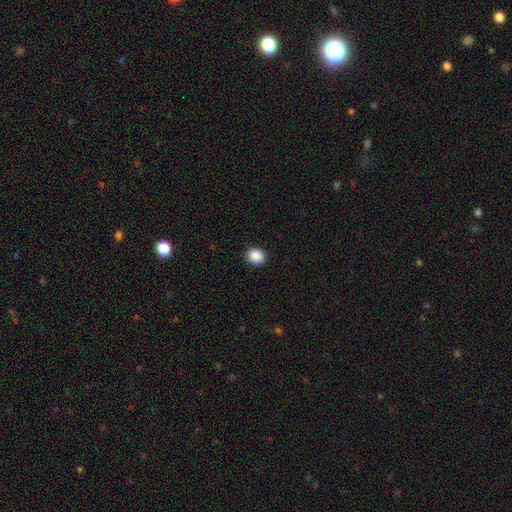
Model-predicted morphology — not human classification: type=smooth (89%); roundness=round (78%); merging=none (90%).